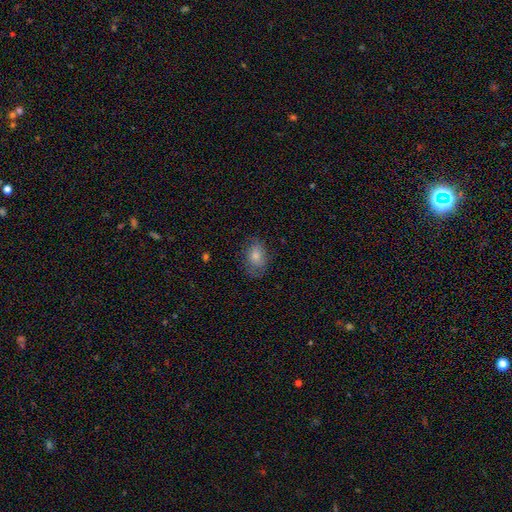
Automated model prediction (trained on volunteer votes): This is likely a smooth galaxy (62%). How rounded: likely in between (78%). Merging: likely none (72%).